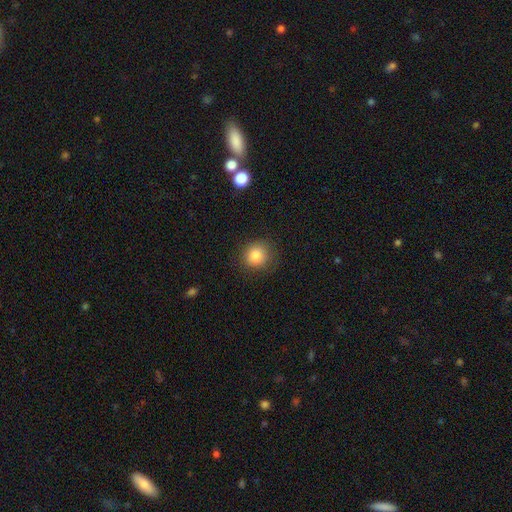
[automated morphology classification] smooth-or-featured: smooth: 83% | star or artifact: 10% | featured or disk: 6%
  how-rounded: round: 87% | in between: 12% | cigar-shaped: 1%
  merging: none: 85% | minor disturbance: 11% | major disturbance: 3% | merger: 1%